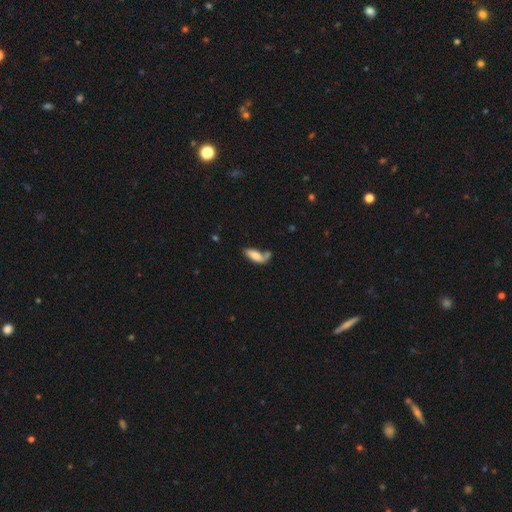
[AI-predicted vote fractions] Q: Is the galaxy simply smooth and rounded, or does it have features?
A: smooth — 75%.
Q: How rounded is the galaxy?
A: in between — 76%.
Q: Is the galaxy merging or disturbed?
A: none — 40%.